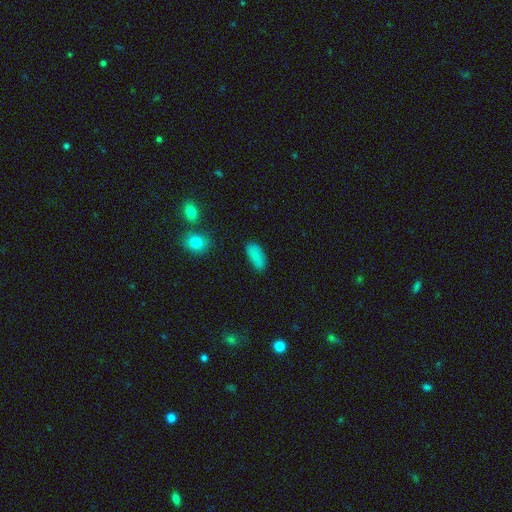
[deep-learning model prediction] smooth-or-featured: smooth: 84% | star or artifact: 8% | featured or disk: 8%
  how-rounded: in between: 89% | cigar-shaped: 8% | round: 3%
  merging: none: 78% | minor disturbance: 16% | major disturbance: 4% | merger: 2%